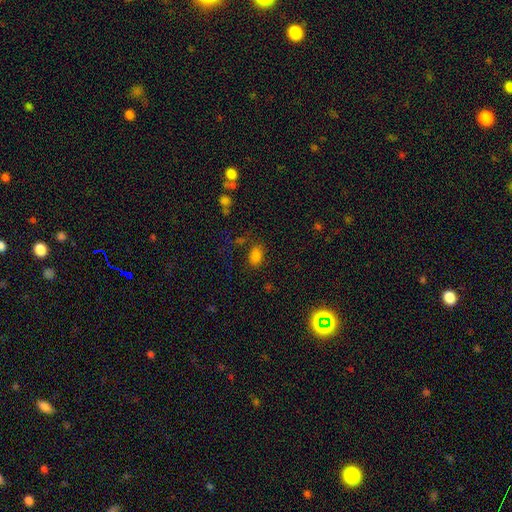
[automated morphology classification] smooth_or_featured: smooth (p=0.80) [alt: star or artifact p=0.15]
how_rounded: in between (p=0.79) [alt: round p=0.19]
merging: none (p=0.77) [alt: minor disturbance p=0.13]